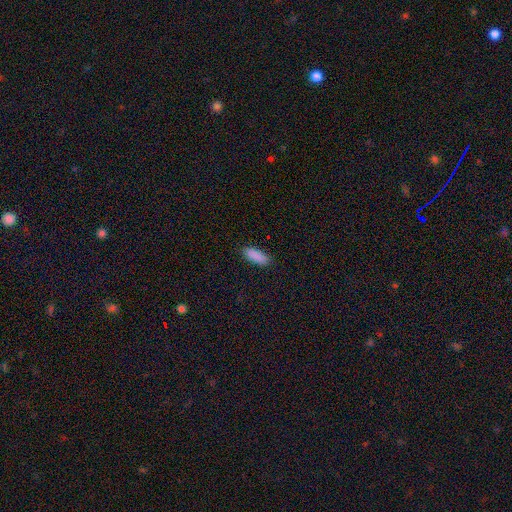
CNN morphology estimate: Q: Smooth or featured?
A: smooth (90%); runner-up: star or artifact (7%)
Q: How rounded?
A: in between (66%); runner-up: cigar-shaped (32%)
Q: Merging?
A: none (88%); runner-up: minor disturbance (9%)